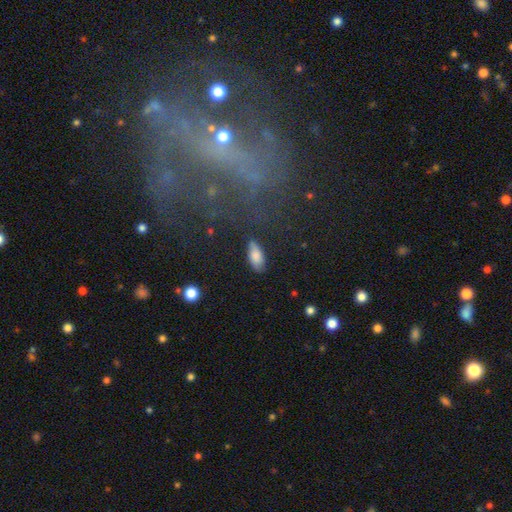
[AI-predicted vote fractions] Smooth or featured?
  - smooth: 82% *
  - featured or disk: 10%
  - star or artifact: 7%
How rounded?
  - in between: 85% *
  - cigar-shaped: 12%
  - round: 2%
Merging?
  - none: 80% *
  - minor disturbance: 15%
  - major disturbance: 3%
  - merger: 2%